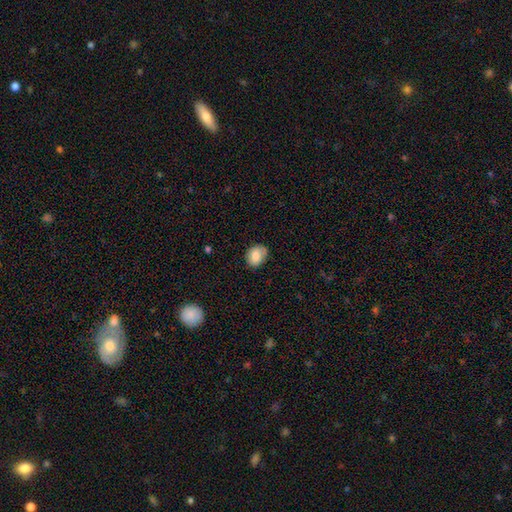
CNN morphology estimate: This is clearly a smooth galaxy (80%). How rounded: likely in between (63%). Merging: likely none (73%).